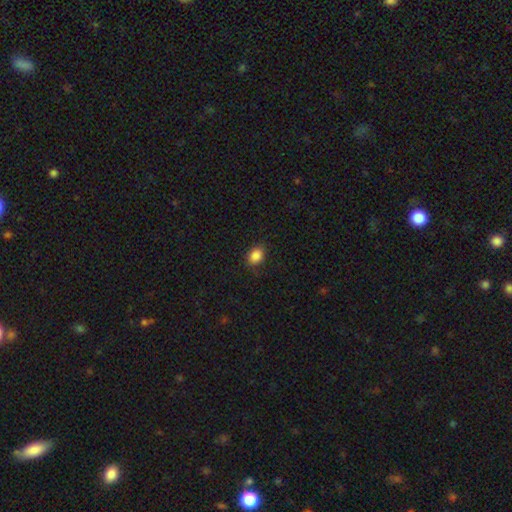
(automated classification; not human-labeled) smooth_or_featured: smooth (p=0.87) [alt: star or artifact p=0.09]
how_rounded: in between (p=0.61) [alt: round p=0.38]
merging: none (p=0.83) [alt: minor disturbance p=0.13]